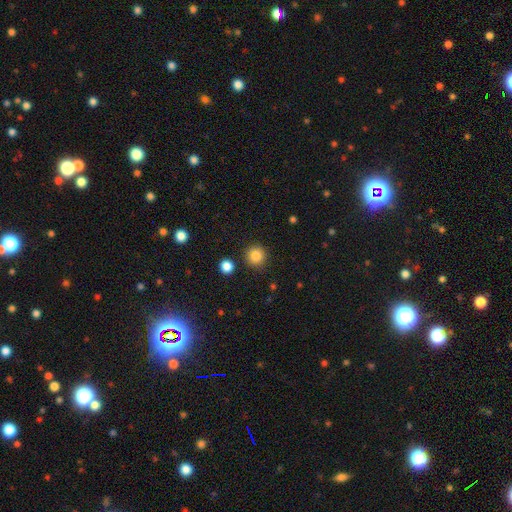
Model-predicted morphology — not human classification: Q: Smooth or featured?
A: smooth (85%); runner-up: star or artifact (10%)
Q: How rounded?
A: round (94%); runner-up: in between (5%)
Q: Merging?
A: none (89%); runner-up: minor disturbance (6%)